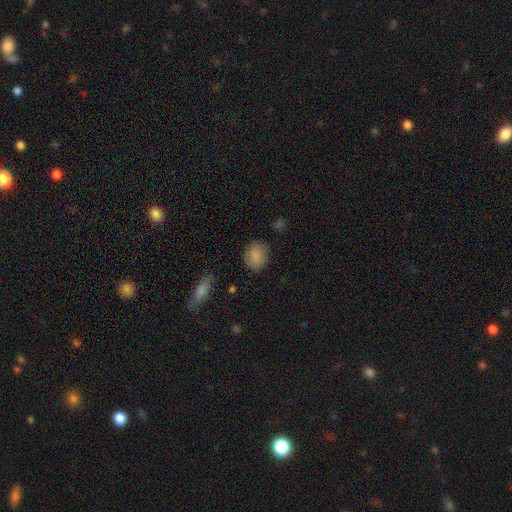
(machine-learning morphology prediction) Q: Smooth or featured?
A: smooth (85%); runner-up: star or artifact (8%)
Q: How rounded?
A: round (69%); runner-up: in between (30%)
Q: Merging?
A: none (81%); runner-up: minor disturbance (14%)